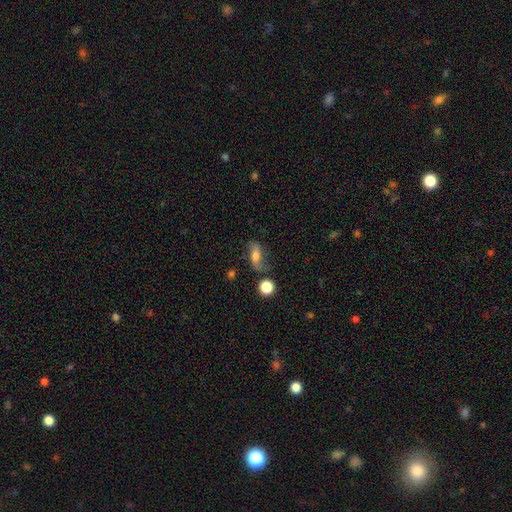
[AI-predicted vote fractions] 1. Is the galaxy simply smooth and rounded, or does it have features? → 48% featured or disk, 41% smooth, 11% star or artifact.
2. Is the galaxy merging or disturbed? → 62% none, 21% minor disturbance, 11% major disturbance, 6% merger.